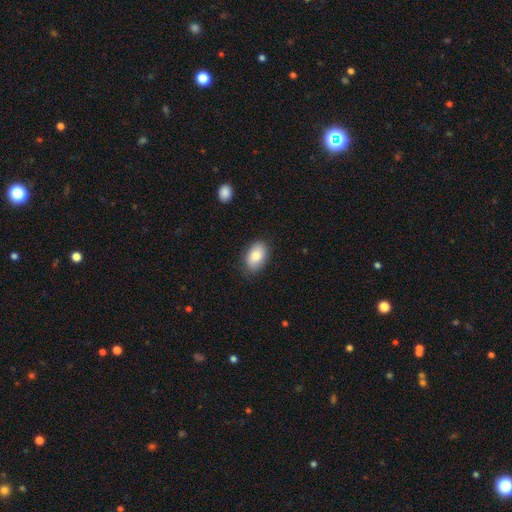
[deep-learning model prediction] Smooth or featured?
  - smooth: 82% *
  - featured or disk: 11%
  - star or artifact: 7%
How rounded?
  - in between: 90% *
  - round: 9%
  - cigar-shaped: 1%
Merging?
  - none: 83% *
  - minor disturbance: 13%
  - major disturbance: 3%
  - merger: 1%